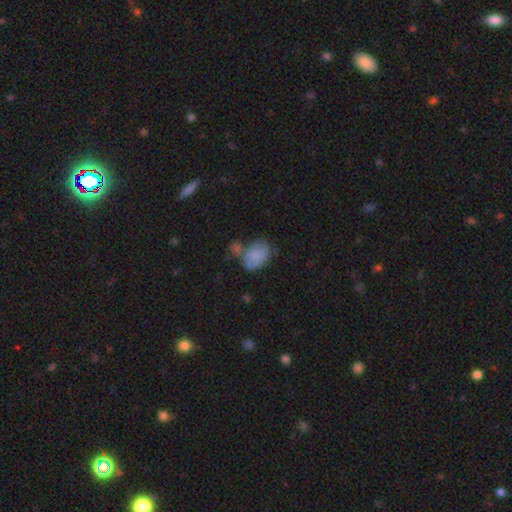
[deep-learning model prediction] This is likely a smooth galaxy (77%). How rounded: likely in between (78%). Merging: marginally none (39%).